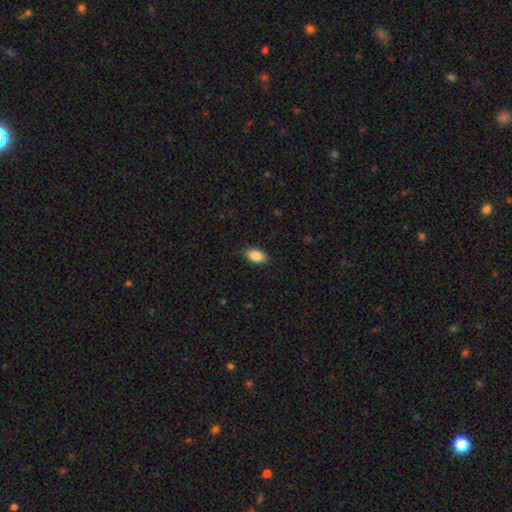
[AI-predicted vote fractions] This is clearly a smooth galaxy (86%). How rounded: clearly in between (91%). Merging: clearly none (83%).